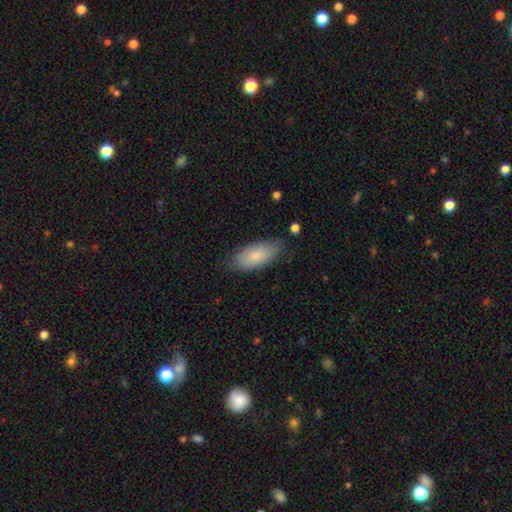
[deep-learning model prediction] Smooth or featured? Predicted: smooth (p=0.82). How rounded? Predicted: in between (p=0.88). Merging? Predicted: none (p=0.75).